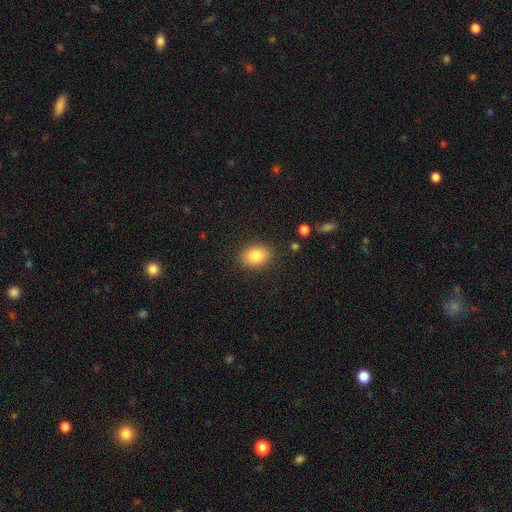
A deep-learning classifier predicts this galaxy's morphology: smooth_or_featured: smooth (p=0.84) [alt: star or artifact p=0.09]
how_rounded: in between (p=0.65) [alt: round p=0.34]
merging: none (p=0.87) [alt: minor disturbance p=0.09]